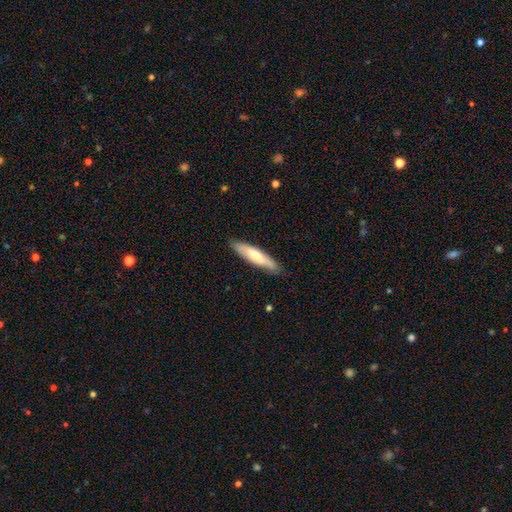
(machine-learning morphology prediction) Smooth or featured: smooth — 66% (featured or disk — 29%)
How rounded: cigar-shaped — 80% (in between — 19%)
Merging: none — 84% (minor disturbance — 12%)